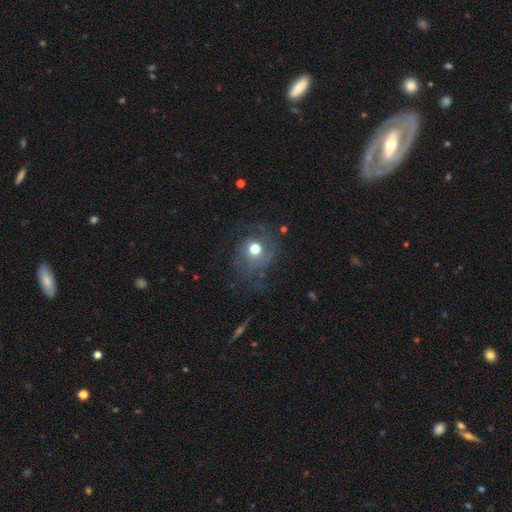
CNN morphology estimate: Smooth or featured? Predicted: smooth (p=0.44). Merging? Predicted: none (p=0.60).